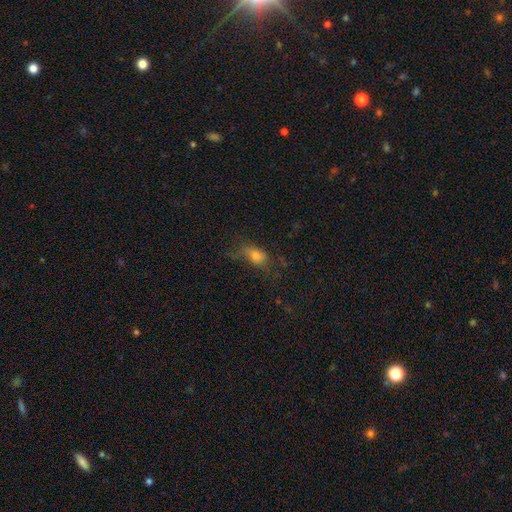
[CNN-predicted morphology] Smooth or featured?
  - smooth: 66% *
  - featured or disk: 18%
  - star or artifact: 17%
How rounded?
  - in between: 73% *
  - round: 18%
  - cigar-shaped: 8%
Merging?
  - none: 47% *
  - major disturbance: 26%
  - minor disturbance: 24%
  - merger: 2%